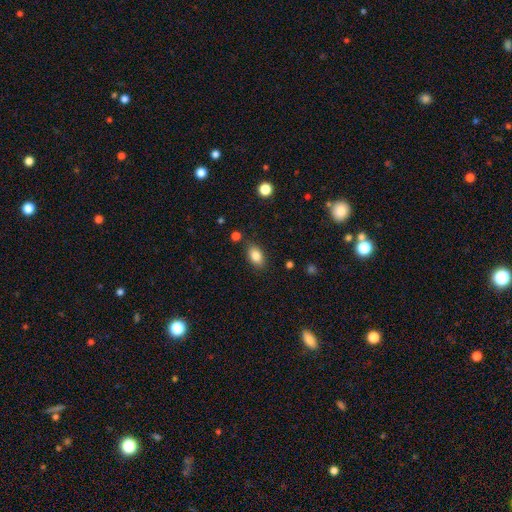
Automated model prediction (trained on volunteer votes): This appears to be a smooth galaxy with no disk features (84%) that is in between round and cigar-shaped (89%). Merging: none (83%).